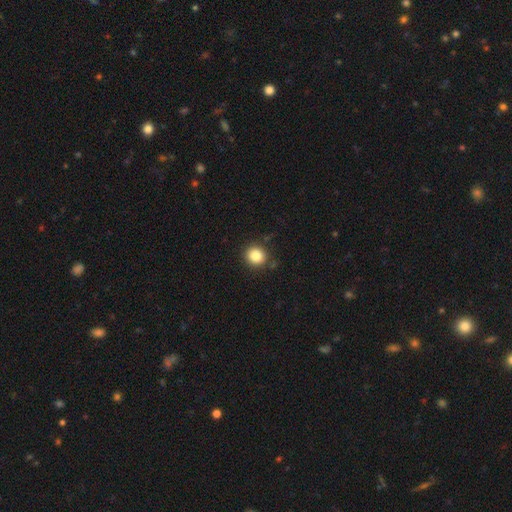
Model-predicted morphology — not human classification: smooth 83%, star or artifact 11%, featured or disk 6%. Down the decision tree: how rounded — round (88%); merging — none (86%).